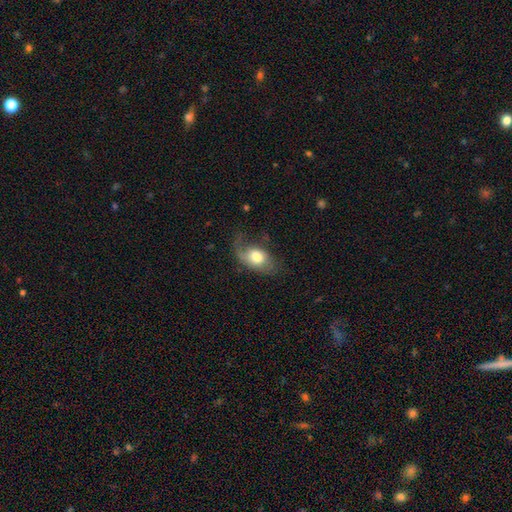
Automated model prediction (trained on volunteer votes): A smooth galaxy with no disk features (59%) that is in between round and cigar-shaped (83%).

Vote fractions:
- Smooth or featured? smooth: 59% / featured or disk: 33% / star or artifact: 7%
- How rounded? in between: 83% / round: 15% / cigar-shaped: 2%
- Merging? none: 38% / major disturbance: 31% / minor disturbance: 29% / merger: 2%